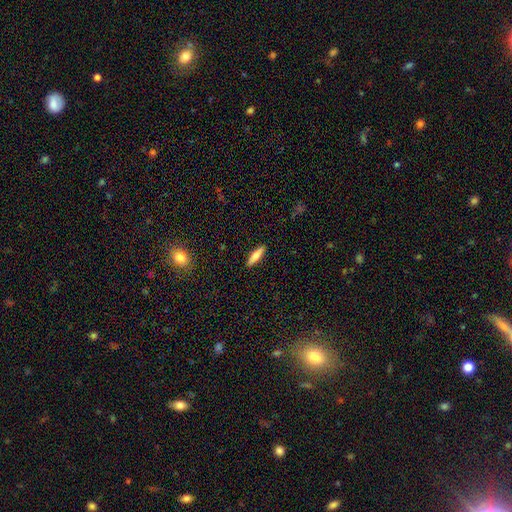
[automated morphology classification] A smooth galaxy with no disk features (70%) that is cigar-shaped (71%).

Vote fractions:
- Smooth or featured? smooth: 70% / featured or disk: 24% / star or artifact: 7%
- How rounded? cigar-shaped: 71% / in between: 27% / round: 2%
- Merging? none: 90% / minor disturbance: 7% / major disturbance: 2% / merger: 1%